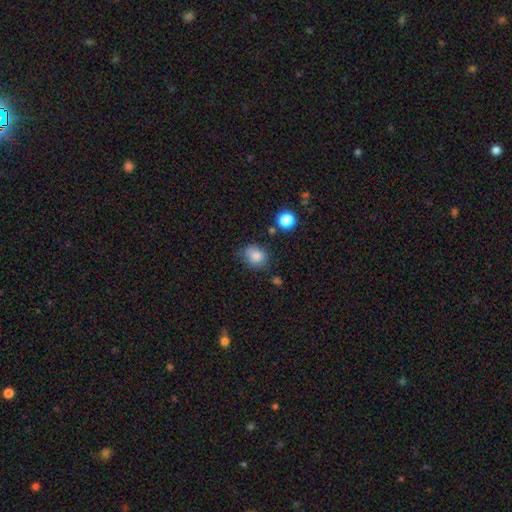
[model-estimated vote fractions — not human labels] smooth_or_featured: smooth (p=0.82) [alt: star or artifact p=0.10]
how_rounded: in between (p=0.53) [alt: round p=0.46]
merging: none (p=0.65) [alt: minor disturbance p=0.25]